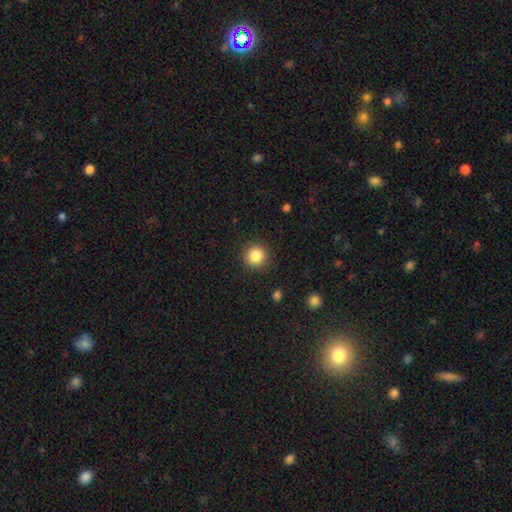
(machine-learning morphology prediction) smooth-or-featured: smooth: 86% | star or artifact: 10% | featured or disk: 4%
  how-rounded: round: 94% | in between: 5% | cigar-shaped: 1%
  merging: none: 89% | minor disturbance: 7% | major disturbance: 3% | merger: 1%